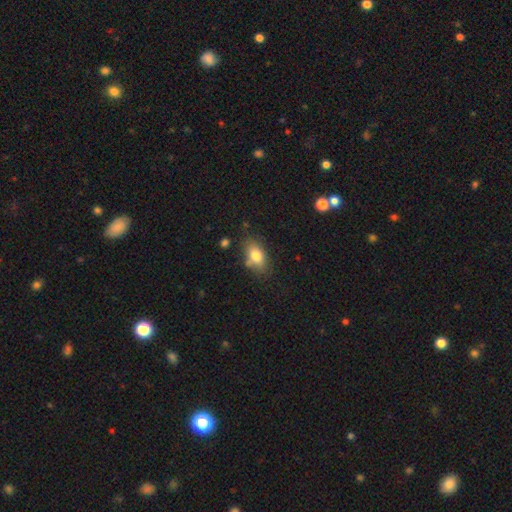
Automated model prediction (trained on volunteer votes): smooth-or-featured: smooth: 80% | featured or disk: 12% | star or artifact: 8%
  how-rounded: in between: 85% | round: 12% | cigar-shaped: 3%
  merging: none: 73% | minor disturbance: 18% | merger: 6% | major disturbance: 4%